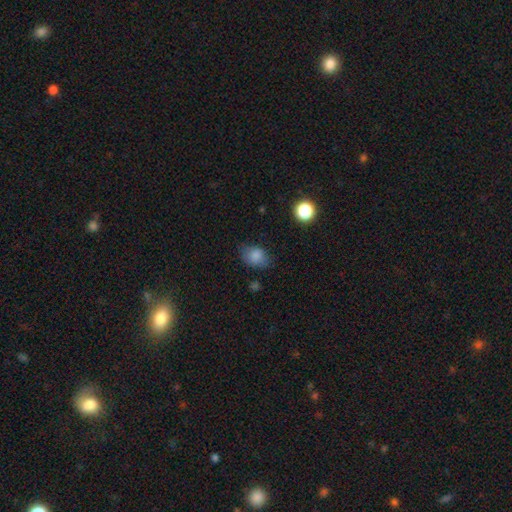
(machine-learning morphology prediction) This is clearly a smooth galaxy (83%). How rounded: likely in between (68%). Merging: likely none (68%).